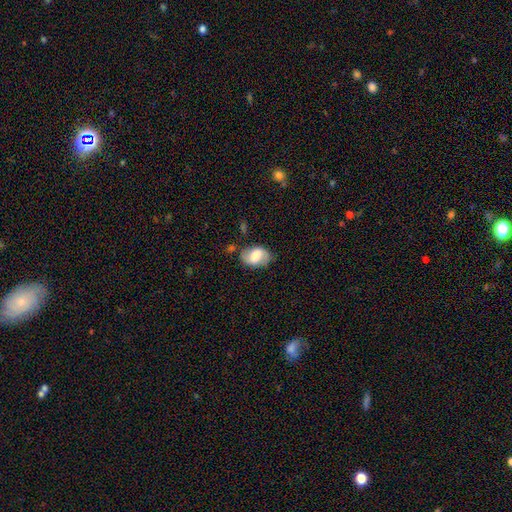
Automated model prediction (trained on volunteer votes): A featured or disk galaxy (47%). Merging: none (70%).